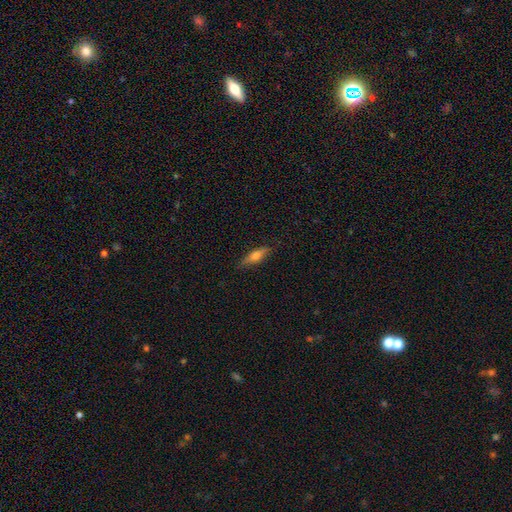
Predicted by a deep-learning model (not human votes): Smooth or featured?
  - smooth: 54% *
  - featured or disk: 39%
  - star or artifact: 7%
How rounded?
  - cigar-shaped: 58% *
  - in between: 39%
  - round: 3%
Merging?
  - none: 84% *
  - minor disturbance: 12%
  - major disturbance: 3%
  - merger: 1%